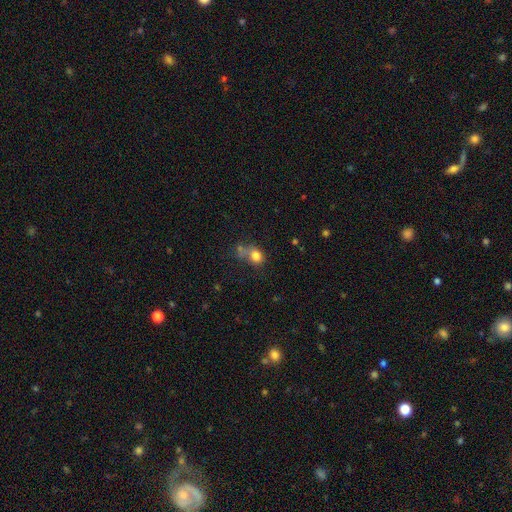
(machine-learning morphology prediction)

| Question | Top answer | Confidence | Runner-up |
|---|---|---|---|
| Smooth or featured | smooth | 78% | star or artifact (12%) |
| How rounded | round | 58% | in between (41%) |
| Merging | none | 40% | merger (29%) |